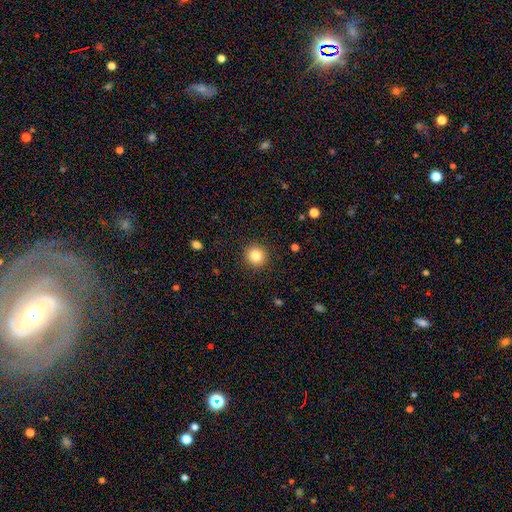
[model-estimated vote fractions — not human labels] smooth_or_featured: smooth (p=0.82) [alt: star or artifact p=0.11]
how_rounded: round (p=0.95) [alt: in between p=0.05]
merging: none (p=0.91) [alt: minor disturbance p=0.06]